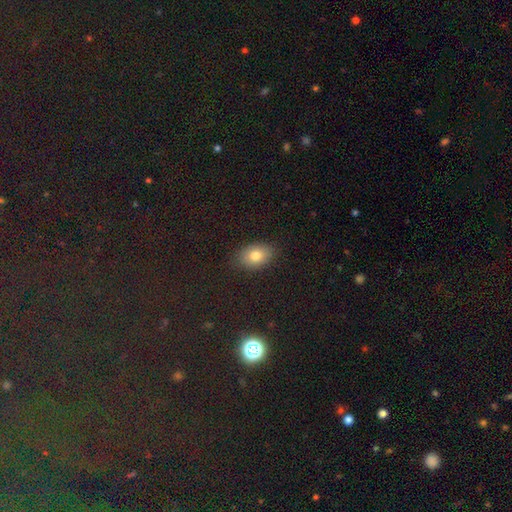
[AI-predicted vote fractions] Smooth or featured?
  - smooth: 77% *
  - featured or disk: 13%
  - star or artifact: 10%
How rounded?
  - in between: 80% *
  - round: 19%
  - cigar-shaped: 1%
Merging?
  - none: 86% *
  - minor disturbance: 10%
  - major disturbance: 3%
  - merger: 1%